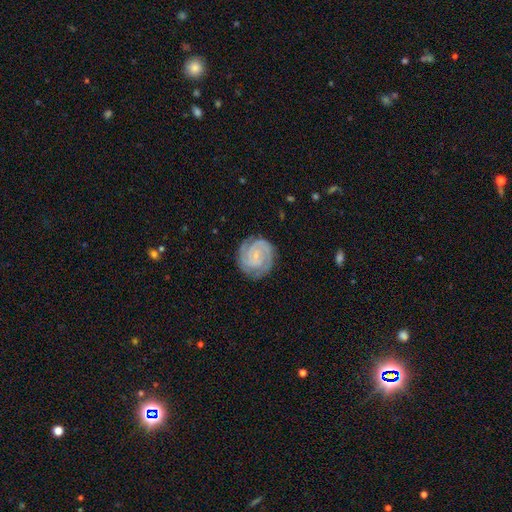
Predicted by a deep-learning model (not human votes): Morphology: type=featured or disk (87%); edge-on=no (98%); bar=no (65%); spiral arms=yes (98%); winding=tight (76%); arm count=2 (51%); bulge=small (77%); merging=none (83%).